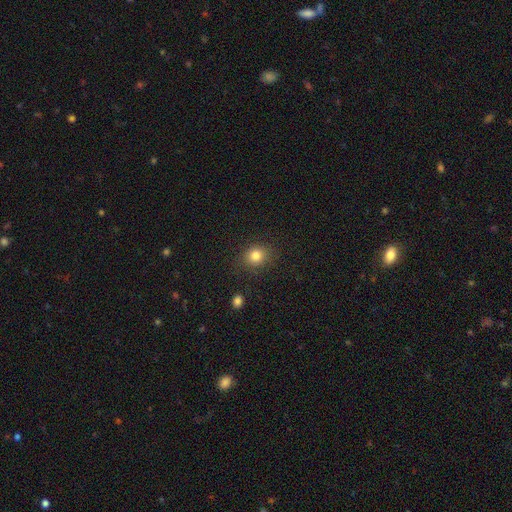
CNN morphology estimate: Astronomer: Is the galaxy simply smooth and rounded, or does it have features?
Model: smooth — 82%.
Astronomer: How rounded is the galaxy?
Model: round — 72%.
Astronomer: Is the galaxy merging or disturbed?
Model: none — 85%.